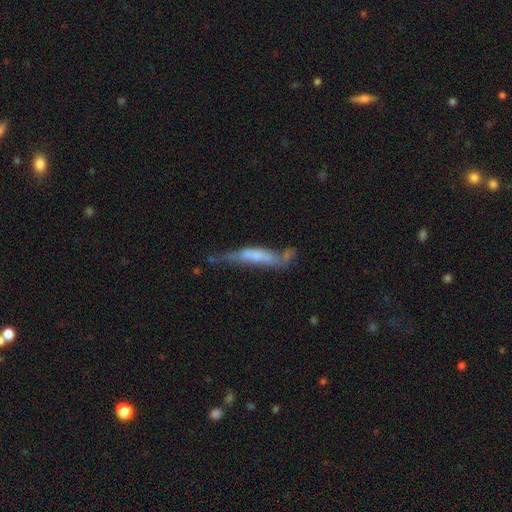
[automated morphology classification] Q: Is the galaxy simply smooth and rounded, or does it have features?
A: featured or disk — 47%.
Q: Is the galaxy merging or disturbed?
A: none — 33%.